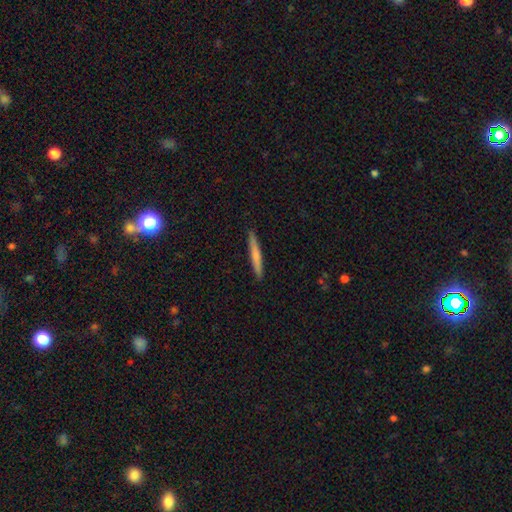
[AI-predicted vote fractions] This is likely a smooth galaxy (67%). How rounded: clearly cigar-shaped (96%). Merging: clearly none (92%).